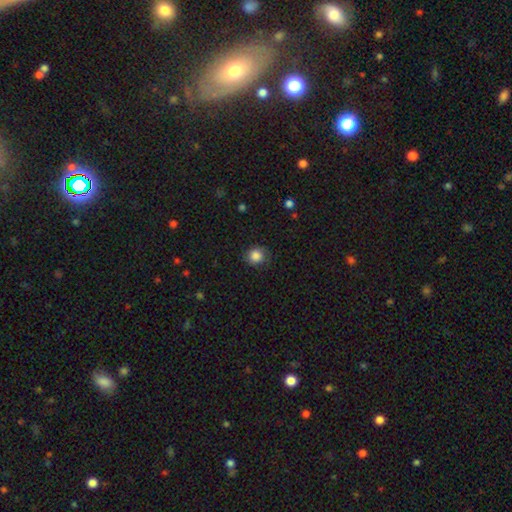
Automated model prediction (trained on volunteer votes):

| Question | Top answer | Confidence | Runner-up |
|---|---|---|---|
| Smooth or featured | smooth | 85% | star or artifact (9%) |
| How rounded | round | 86% | in between (13%) |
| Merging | none | 81% | minor disturbance (14%) |